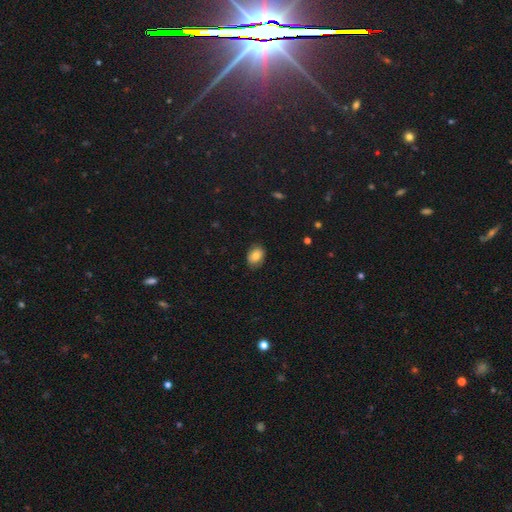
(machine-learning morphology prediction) type=smooth (76%); roundness=in between (71%); merging=none (82%).